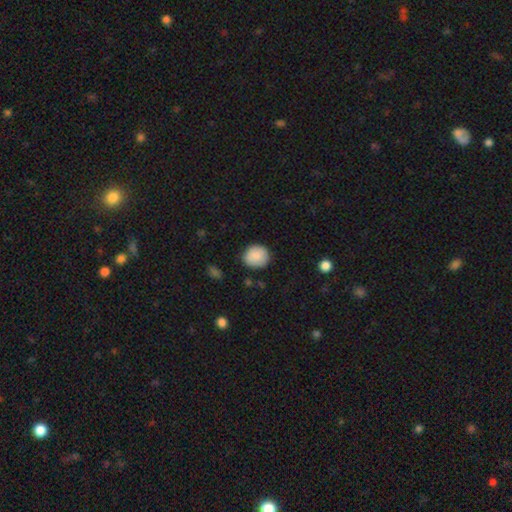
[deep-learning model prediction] Morphology: type=smooth (86%); roundness=round (81%); merging=none (83%).